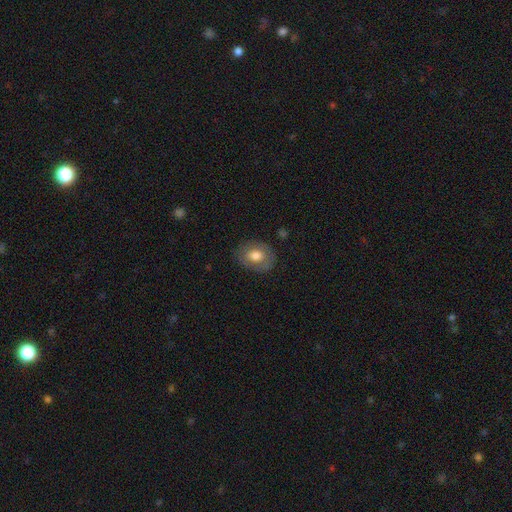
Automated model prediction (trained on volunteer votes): Smooth or featured?
  - smooth: 67% *
  - featured or disk: 25%
  - star or artifact: 7%
How rounded?
  - in between: 63% *
  - round: 36%
  - cigar-shaped: 1%
Merging?
  - none: 80% *
  - minor disturbance: 14%
  - major disturbance: 5%
  - merger: 1%